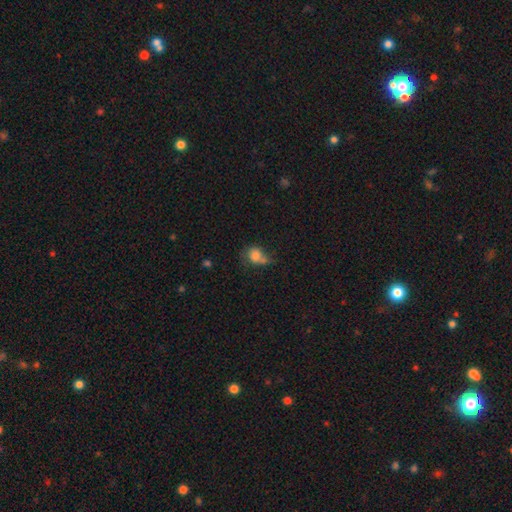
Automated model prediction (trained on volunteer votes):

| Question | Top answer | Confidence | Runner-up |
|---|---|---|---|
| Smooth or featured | smooth | 75% | featured or disk (14%) |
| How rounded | round | 61% | in between (38%) |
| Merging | none | 32% | merger (27%) |